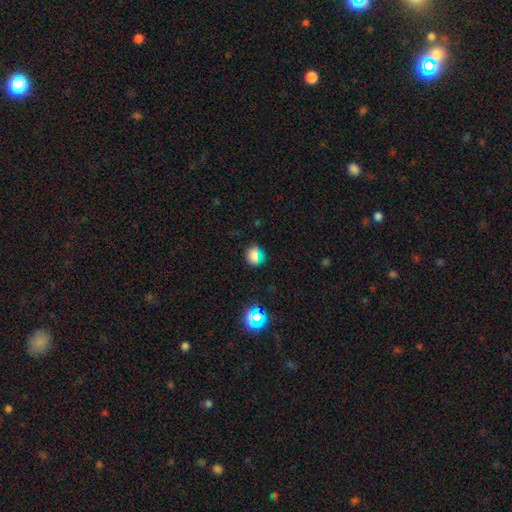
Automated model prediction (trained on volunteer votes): smooth_or_featured: smooth (p=0.71) [alt: star or artifact p=0.21]
how_rounded: round (p=0.70) [alt: in between p=0.28]
merging: none (p=0.75) [alt: minor disturbance p=0.17]